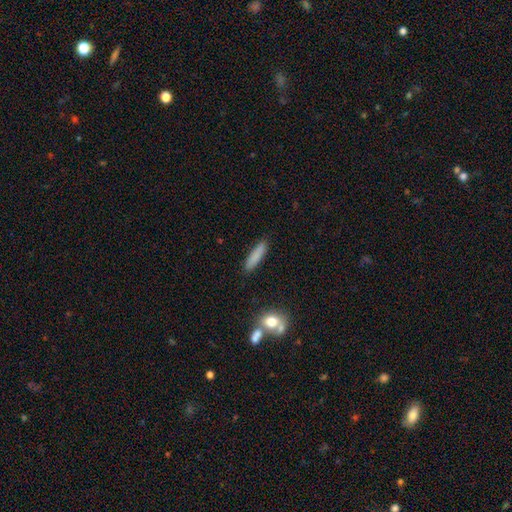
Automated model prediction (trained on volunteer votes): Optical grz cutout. It shows a smooth galaxy with no disk features (83%) that is cigar-shaped (82%). Merging: none (88%).